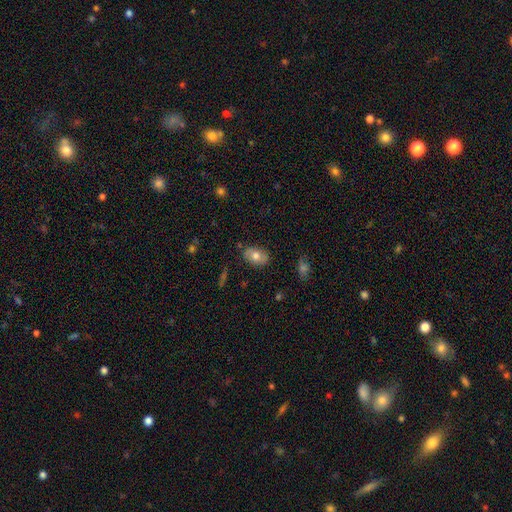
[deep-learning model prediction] A smooth galaxy with no disk features (70%) that is in between round and cigar-shaped (87%). Merging: none (81%).